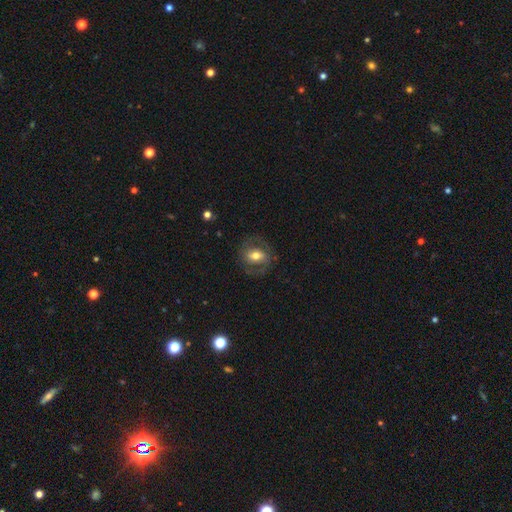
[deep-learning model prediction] A featured or disk galaxy (52%). Merging: none (74%).